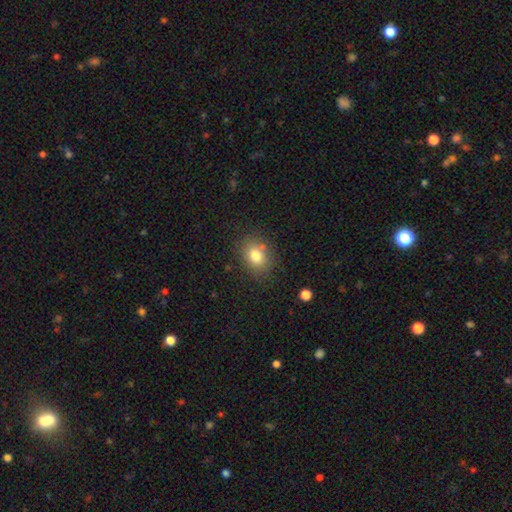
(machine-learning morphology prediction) type=smooth (79%); roundness=in between (56%); merging=none (79%).